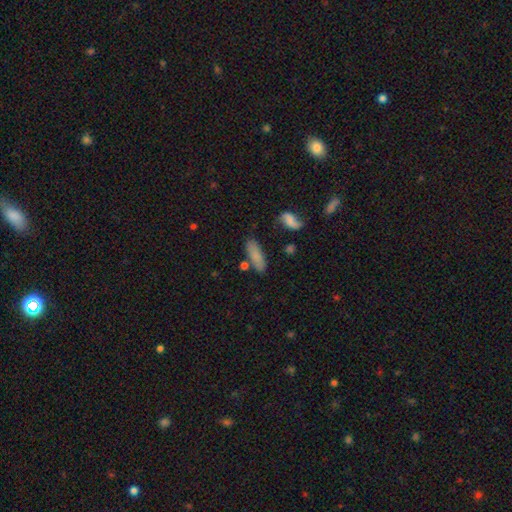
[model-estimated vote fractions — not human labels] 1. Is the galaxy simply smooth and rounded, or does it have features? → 80% smooth, 12% featured or disk, 8% star or artifact.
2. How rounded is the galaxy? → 63% in between, 34% cigar-shaped, 3% round.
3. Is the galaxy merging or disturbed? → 75% none, 14% minor disturbance, 7% merger, 4% major disturbance.